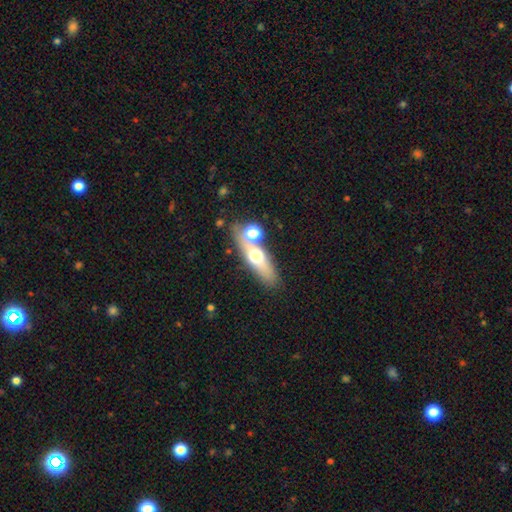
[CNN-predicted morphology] A smooth galaxy with no disk features (45%, tied with featured or disk). Merging: none (64%).